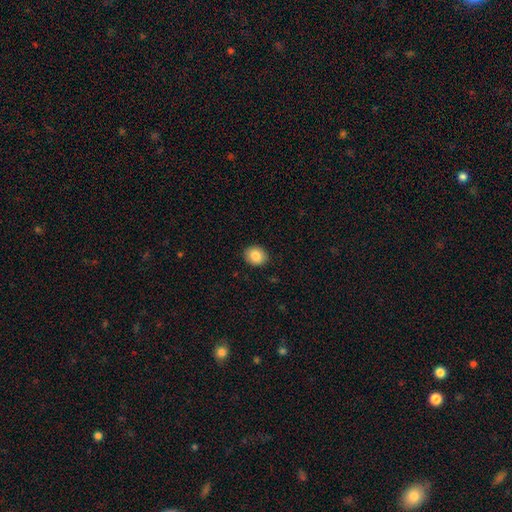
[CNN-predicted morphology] smooth 87%, star or artifact 8%, featured or disk 5%. Down the decision tree: how rounded — round (64%); merging — none (90%).